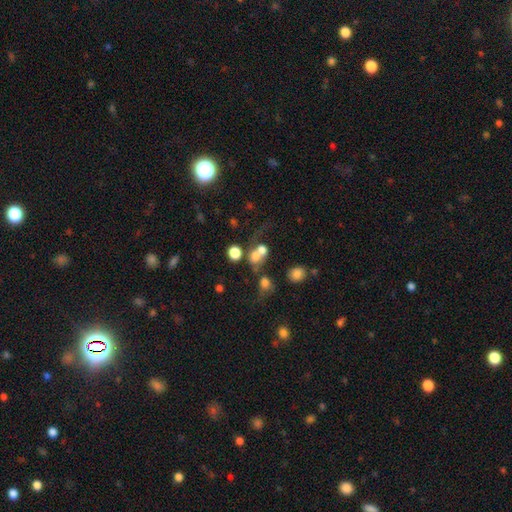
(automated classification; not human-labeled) Overall: smooth (65%). How rounded: round (69%; in between 29%). Merging: merger (48%; none 29%).